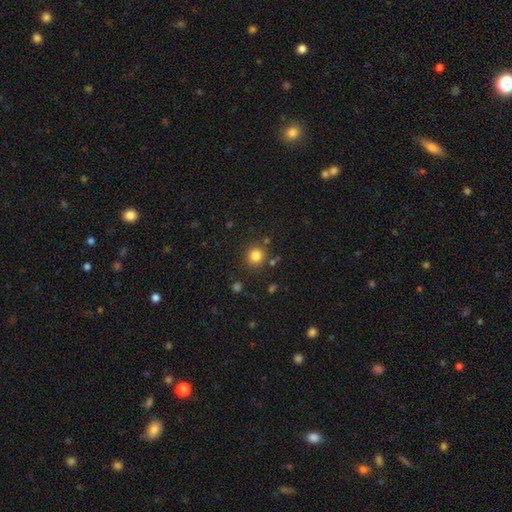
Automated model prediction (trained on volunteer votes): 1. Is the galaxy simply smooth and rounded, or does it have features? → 82% smooth, 13% star or artifact, 5% featured or disk.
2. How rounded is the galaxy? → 90% round, 9% in between, 1% cigar-shaped.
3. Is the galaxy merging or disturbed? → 84% none, 8% minor disturbance, 5% merger, 3% major disturbance.